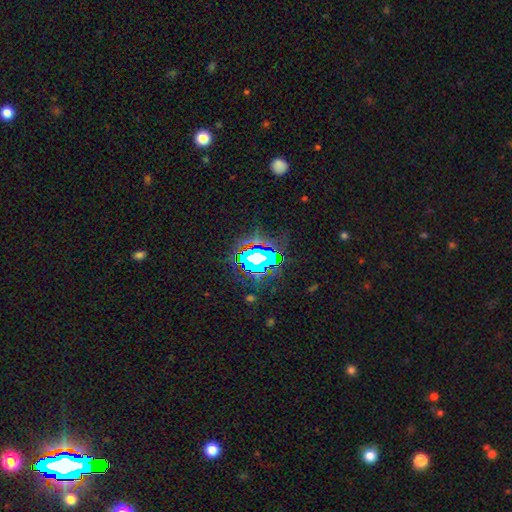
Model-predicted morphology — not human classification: smooth_or_featured: star or artifact (p=0.70) [alt: smooth p=0.15]